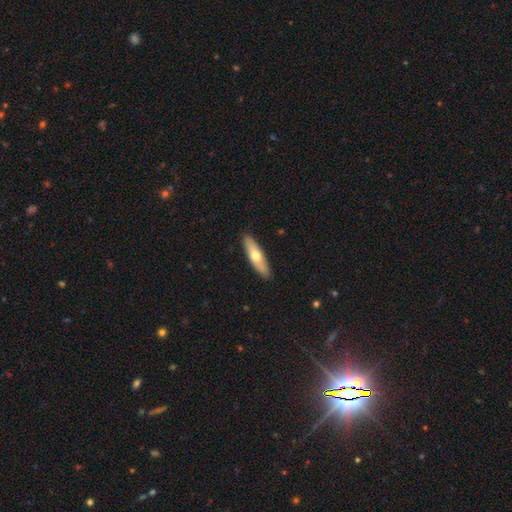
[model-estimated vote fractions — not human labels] Smooth or featured? smooth (58%)
How rounded? cigar-shaped (63%)
Merging? none (89%)